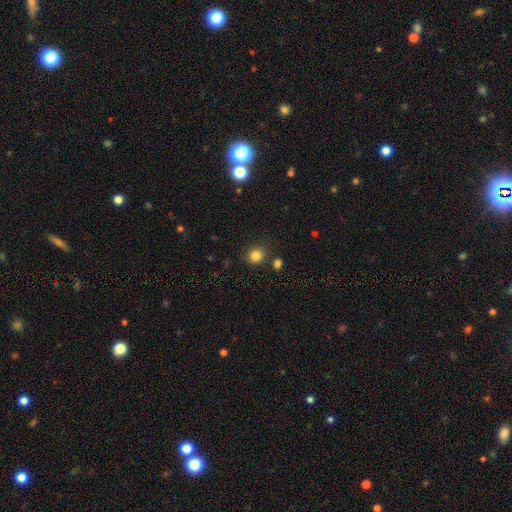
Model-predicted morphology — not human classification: Q: Smooth or featured?
A: smooth (83%); runner-up: star or artifact (12%)
Q: How rounded?
A: round (90%); runner-up: in between (9%)
Q: Merging?
A: none (83%); runner-up: minor disturbance (8%)